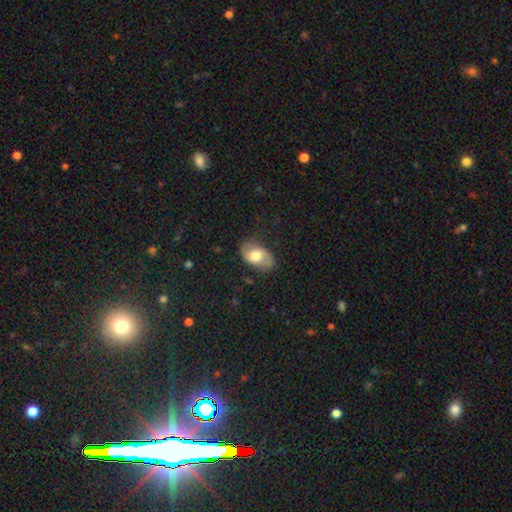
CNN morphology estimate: The model was most divided on "smooth or featured": smooth: 54%, featured or disk: 39%, star or artifact: 7%. More confident: how rounded — in between (89%); merging — none (70%).